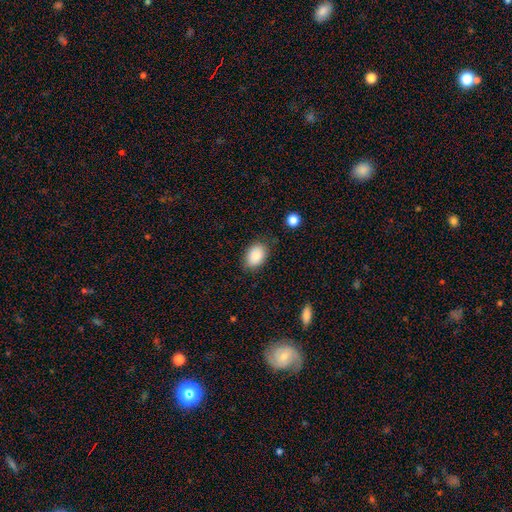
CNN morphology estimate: Smooth or featured: smooth — 87% (star or artifact — 7%)
How rounded: in between — 83% (round — 16%)
Merging: none — 78% (minor disturbance — 16%)